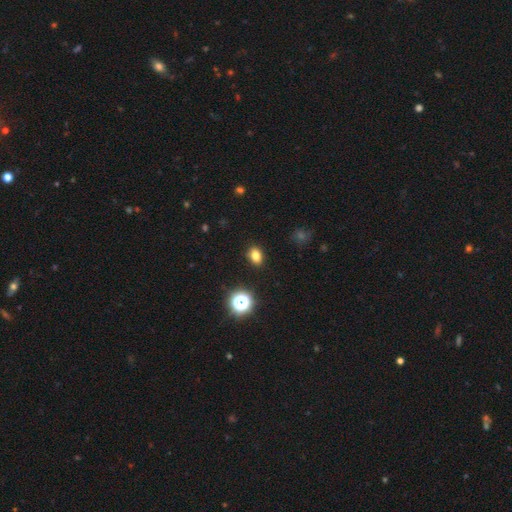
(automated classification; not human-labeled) A smooth galaxy with no disk features (78%) that is in between round and cigar-shaped (69%).

Vote fractions:
- Smooth or featured? smooth: 78% / star or artifact: 15% / featured or disk: 7%
- How rounded? in between: 69% / round: 30% / cigar-shaped: 1%
- Merging? none: 88% / minor disturbance: 8% / major disturbance: 2% / merger: 1%